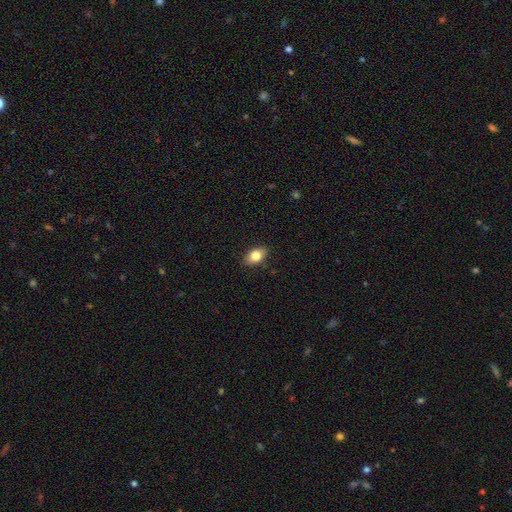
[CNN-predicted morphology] This appears to be a smooth galaxy with no disk features (80%) that is in between round and cigar-shaped (85%). Merging: none (87%).